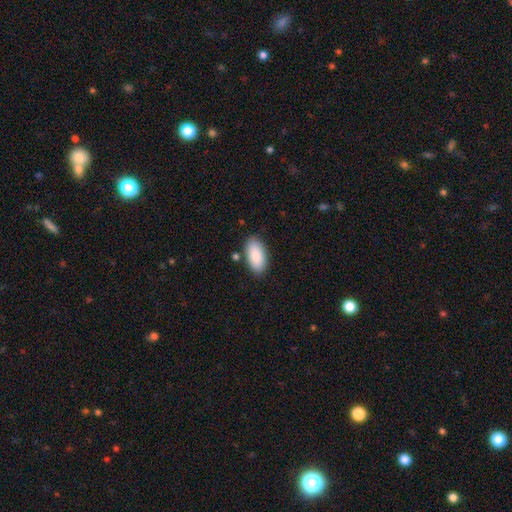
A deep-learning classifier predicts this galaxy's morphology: Smooth or featured? Predicted: smooth (p=0.89). How rounded? Predicted: in between (p=0.94). Merging? Predicted: none (p=0.84).